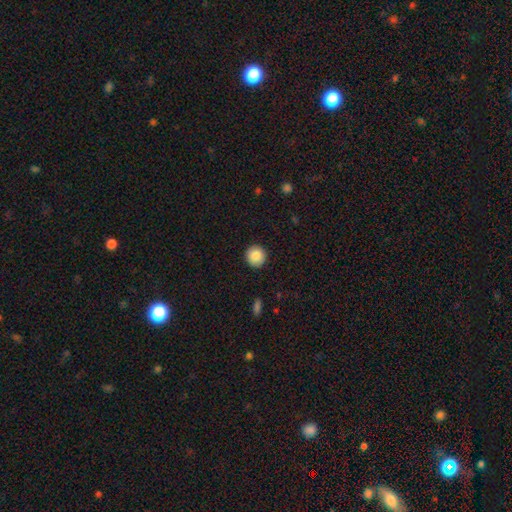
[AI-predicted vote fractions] This is clearly a smooth galaxy (87%). How rounded: clearly round (94%). Merging: clearly none (92%).